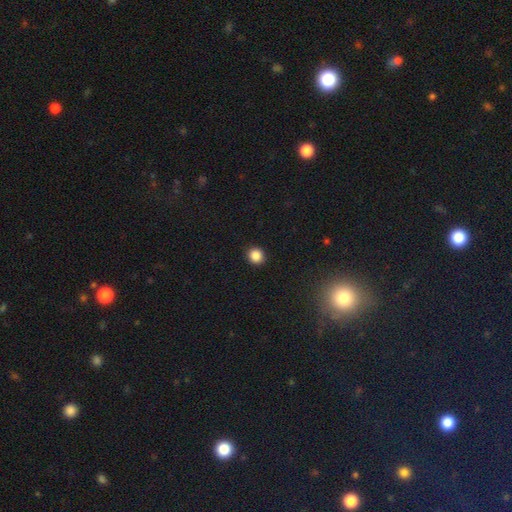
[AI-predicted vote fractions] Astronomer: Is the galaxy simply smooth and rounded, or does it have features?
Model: smooth — 86%.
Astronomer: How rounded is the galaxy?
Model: round — 86%.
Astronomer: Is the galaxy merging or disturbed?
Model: none — 92%.